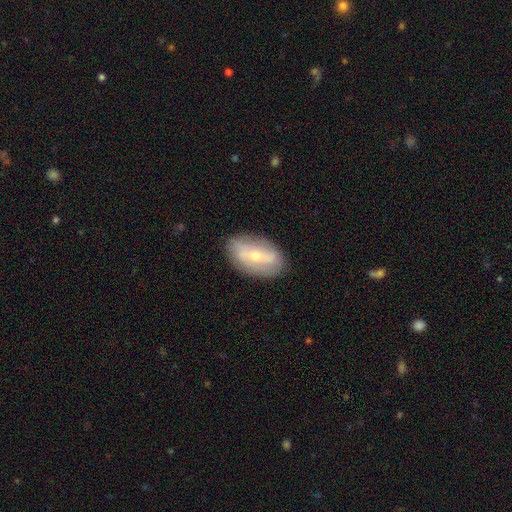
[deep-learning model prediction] Smooth or featured? Predicted: featured or disk (p=0.56). Edge-on disk? Predicted: no (p=0.88). Merging? Predicted: none (p=0.81).